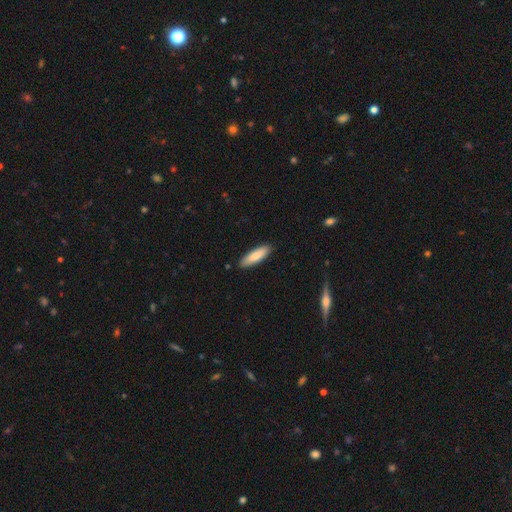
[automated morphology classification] smooth_or_featured: smooth (p=0.83) [alt: featured or disk p=0.11]
how_rounded: cigar-shaped (p=0.56) [alt: in between p=0.42]
merging: none (p=0.89) [alt: minor disturbance p=0.09]